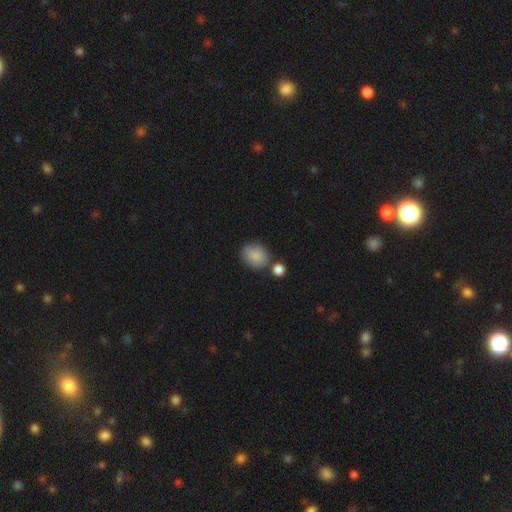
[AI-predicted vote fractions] The model was most divided on "how rounded": round: 58%, in between: 41%, cigar-shaped: 1%. More confident: smooth or featured — smooth (86%); merging — none (65%).